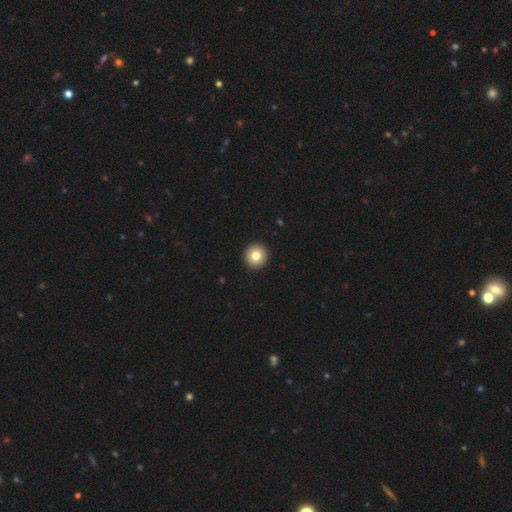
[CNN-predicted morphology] type=smooth (81%); roundness=round (95%); merging=none (94%).